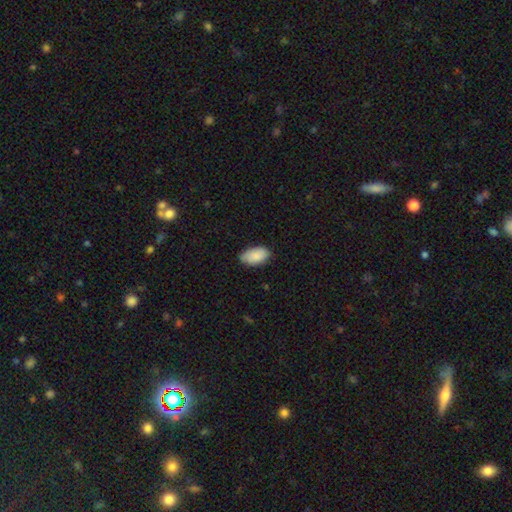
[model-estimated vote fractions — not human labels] Smooth or featured? smooth (88%)
How rounded? in between (95%)
Merging? none (78%)